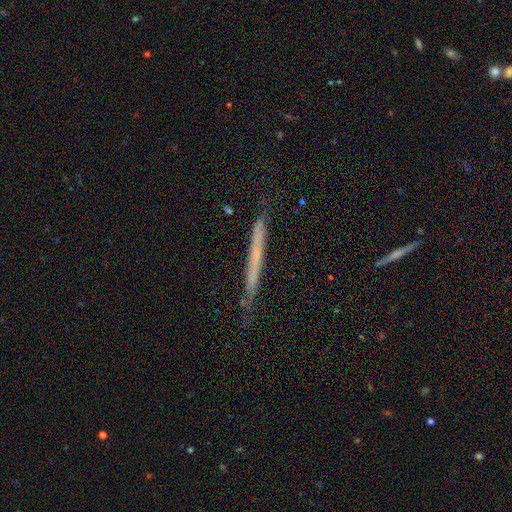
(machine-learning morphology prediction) type=featured or disk (47%); merging=none (81%).